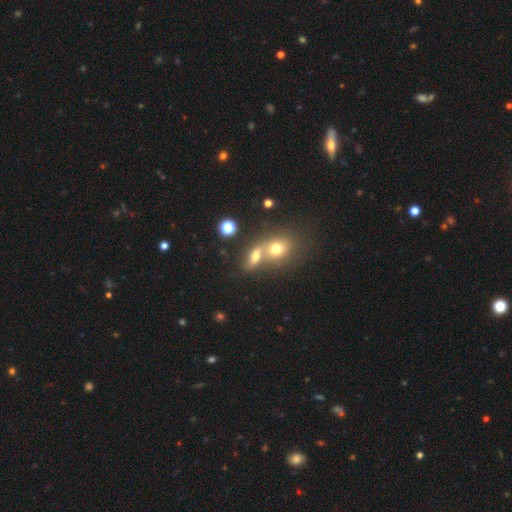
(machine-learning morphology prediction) Smooth or featured: smooth — 66% (featured or disk — 18%)
How rounded: in between — 63% (round — 29%)
Merging: merger — 53% (none — 35%)